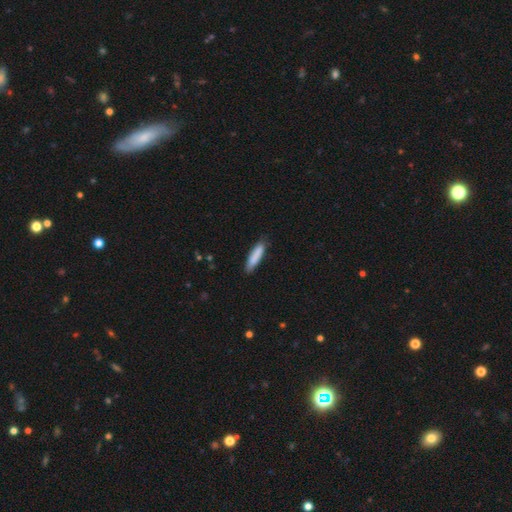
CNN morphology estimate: This is clearly a smooth galaxy (86%). How rounded: likely cigar-shaped (80%). Merging: clearly none (83%).